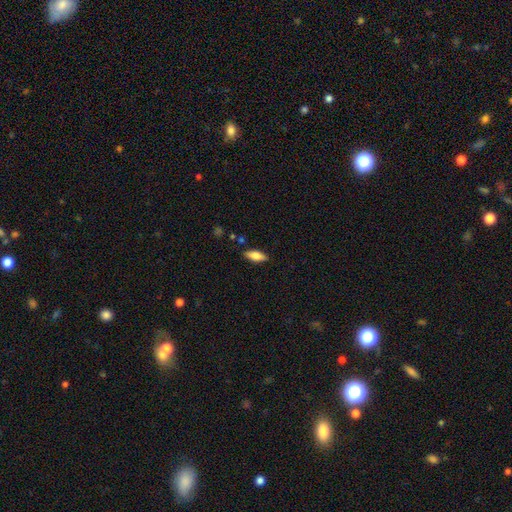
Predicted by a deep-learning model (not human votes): Overall: smooth (74%). How rounded: in between (74%). Merging: none (86%).